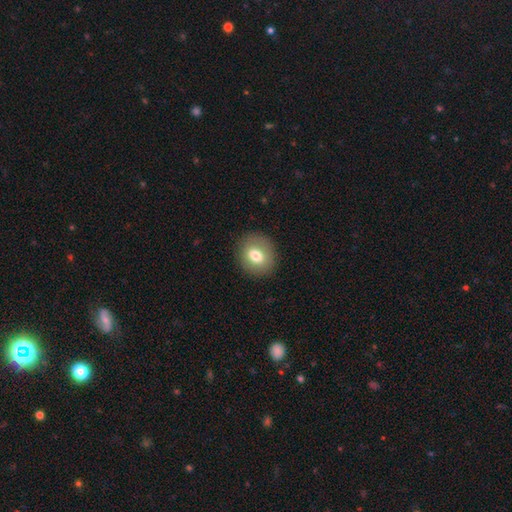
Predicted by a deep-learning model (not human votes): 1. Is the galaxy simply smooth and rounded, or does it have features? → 74% smooth, 18% featured or disk, 9% star or artifact.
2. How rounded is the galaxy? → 65% round, 34% in between, 1% cigar-shaped.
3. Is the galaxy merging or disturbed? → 88% none, 8% minor disturbance, 3% major disturbance, 1% merger.